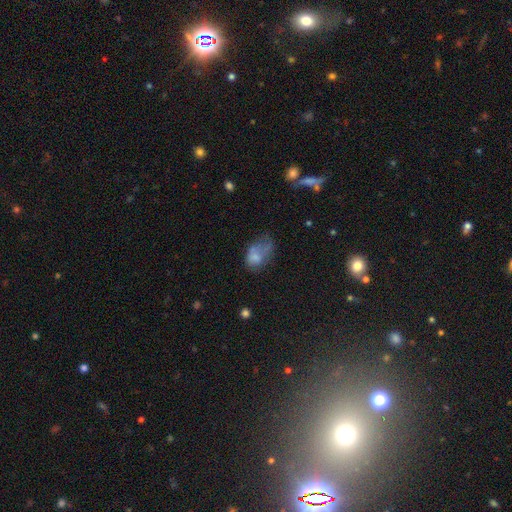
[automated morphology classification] Smooth or featured: smooth — 62% (featured or disk — 26%)
How rounded: in between — 83% (round — 16%)
Merging: major disturbance — 39% (minor disturbance — 28%)